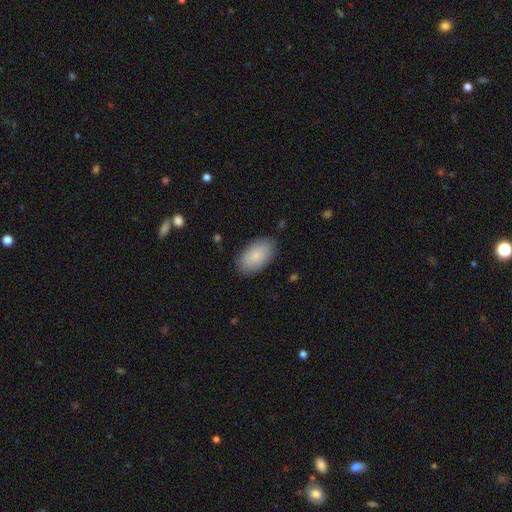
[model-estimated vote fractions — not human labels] smooth-or-featured: smooth: 84% | featured or disk: 10% | star or artifact: 6%
  how-rounded: in between: 94% | round: 4% | cigar-shaped: 2%
  merging: none: 84% | minor disturbance: 12% | major disturbance: 3% | merger: 1%